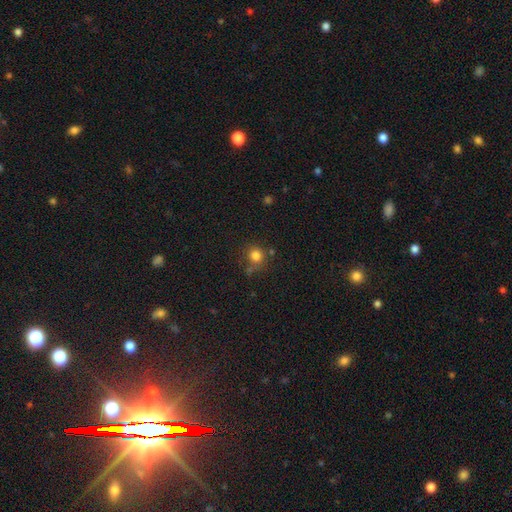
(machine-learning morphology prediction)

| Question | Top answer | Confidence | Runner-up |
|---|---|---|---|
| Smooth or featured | smooth | 81% | star or artifact (13%) |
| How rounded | round | 87% | in between (12%) |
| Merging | none | 69% | minor disturbance (15%) |